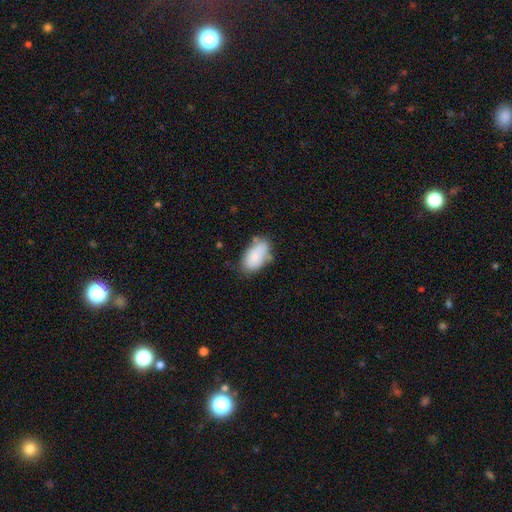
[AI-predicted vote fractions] This appears to be a smooth galaxy with no disk features (83%) that is in between round and cigar-shaped (94%). Merging: none (60%).